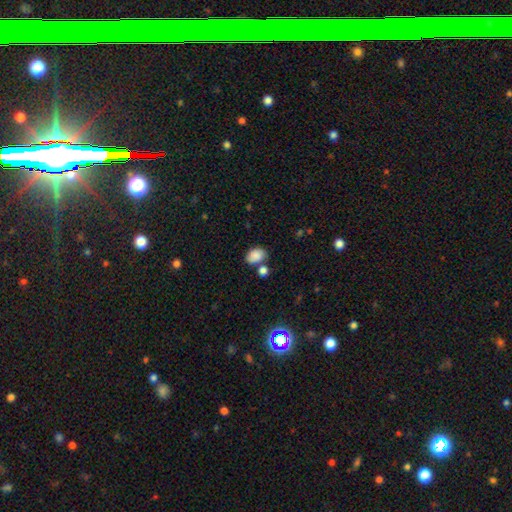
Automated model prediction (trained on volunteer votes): smooth_or_featured: smooth (p=0.83) [alt: star or artifact p=0.09]
how_rounded: in between (p=0.71) [alt: round p=0.27]
merging: none (p=0.55) [alt: merger p=0.22]